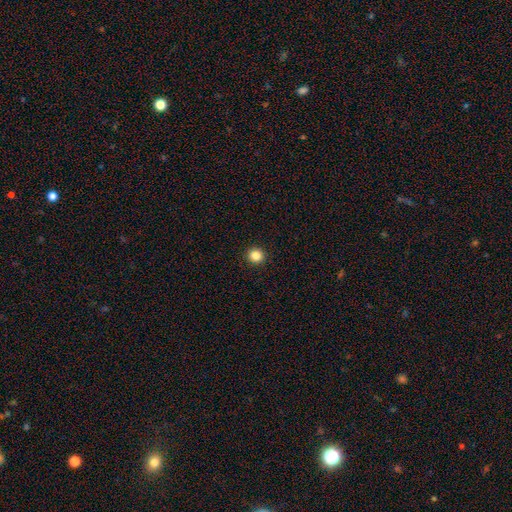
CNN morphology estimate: Smooth or featured? smooth (85%)
How rounded? round (92%)
Merging? none (93%)